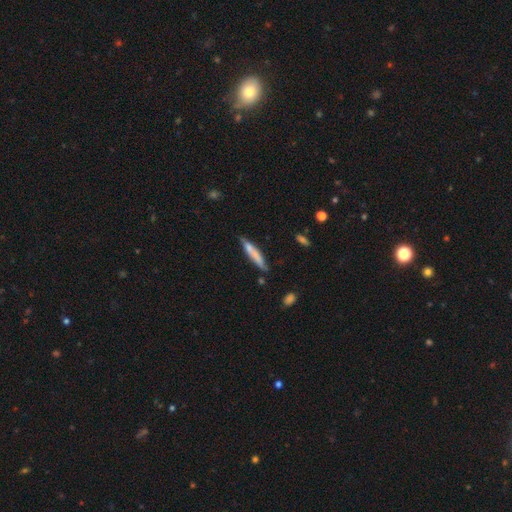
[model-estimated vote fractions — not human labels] Smooth or featured? smooth (67%)
How rounded? cigar-shaped (91%)
Merging? none (70%)